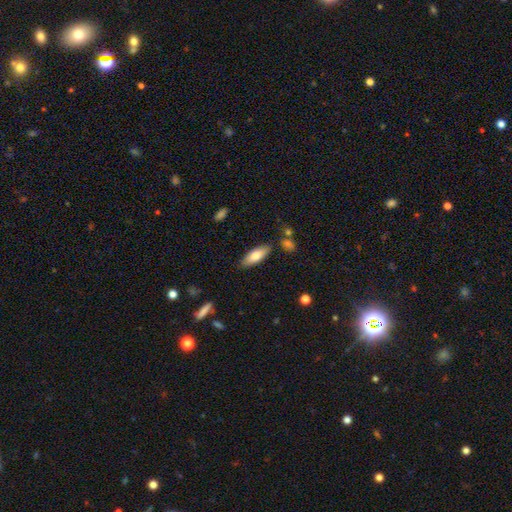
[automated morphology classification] A smooth galaxy with no disk features (75%) that is in between round and cigar-shaped (68%).

Vote fractions:
- Smooth or featured? smooth: 75% / featured or disk: 19% / star or artifact: 6%
- How rounded? in between: 68% / cigar-shaped: 30% / round: 2%
- Merging? none: 84% / minor disturbance: 11% / merger: 3% / major disturbance: 2%